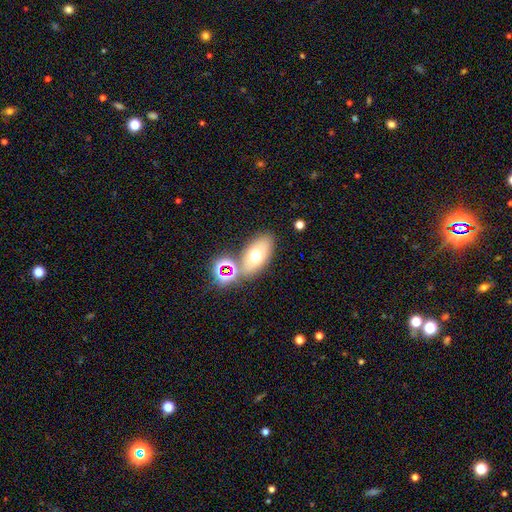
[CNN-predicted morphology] This is likely a smooth galaxy (60%). How rounded: clearly in between (85%). Merging: likely none (69%).